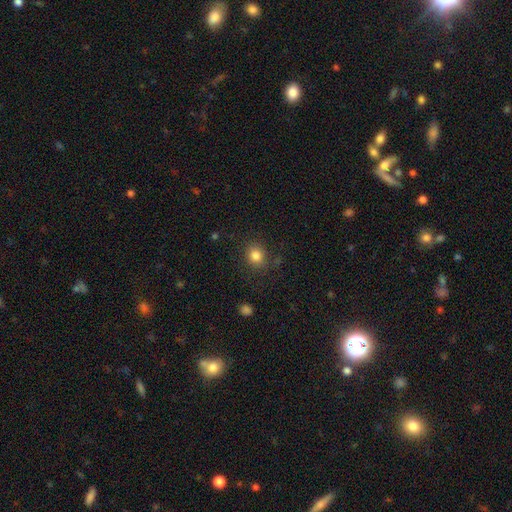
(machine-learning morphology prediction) A smooth galaxy with no disk features (83%) that is round (77%). Merging: none (83%).